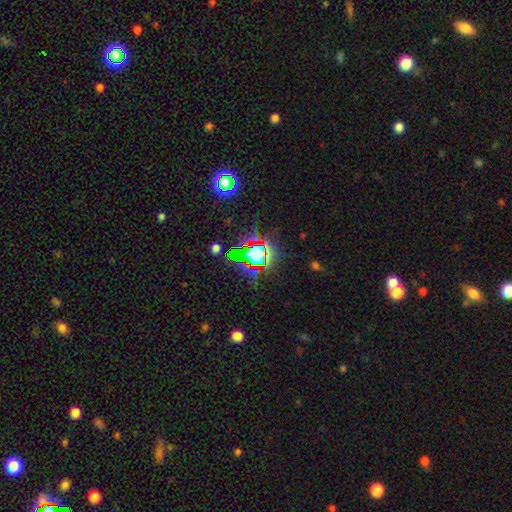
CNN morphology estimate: Q: Smooth or featured?
A: star or artifact (70%); runner-up: smooth (18%)